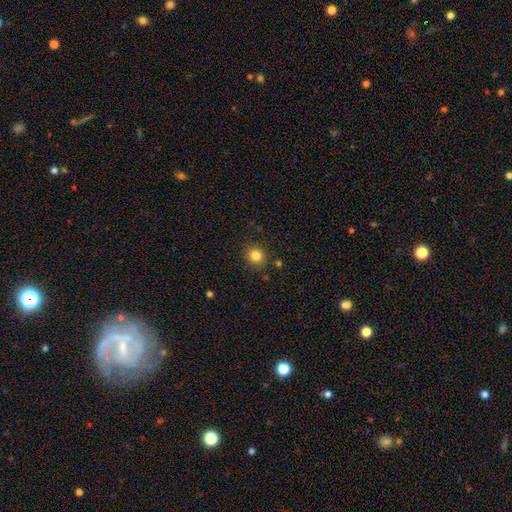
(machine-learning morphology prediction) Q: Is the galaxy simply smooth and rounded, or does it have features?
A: smooth — 83%.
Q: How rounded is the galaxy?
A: round — 78%.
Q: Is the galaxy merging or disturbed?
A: none — 88%.